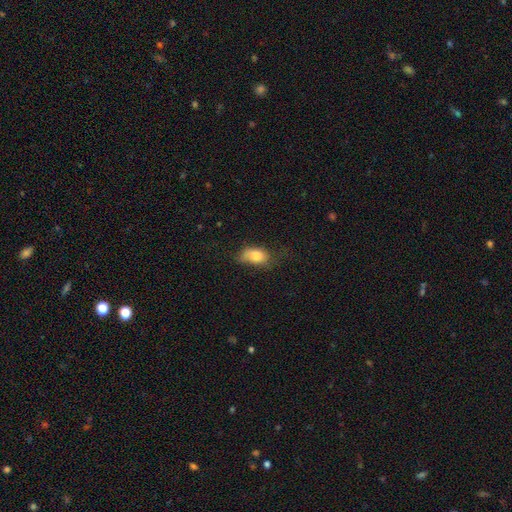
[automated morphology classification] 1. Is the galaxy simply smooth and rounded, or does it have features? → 77% smooth, 14% featured or disk, 8% star or artifact.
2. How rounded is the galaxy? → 87% in between, 10% round, 3% cigar-shaped.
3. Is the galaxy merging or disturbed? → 37% minor disturbance, 35% none, 24% major disturbance, 3% merger.